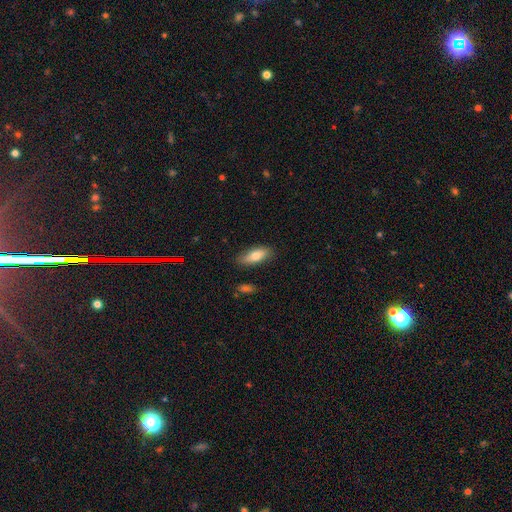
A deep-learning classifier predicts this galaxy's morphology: Q: Smooth or featured?
A: smooth (72%); runner-up: featured or disk (21%)
Q: How rounded?
A: in between (72%); runner-up: cigar-shaped (25%)
Q: Merging?
A: none (83%); runner-up: minor disturbance (13%)